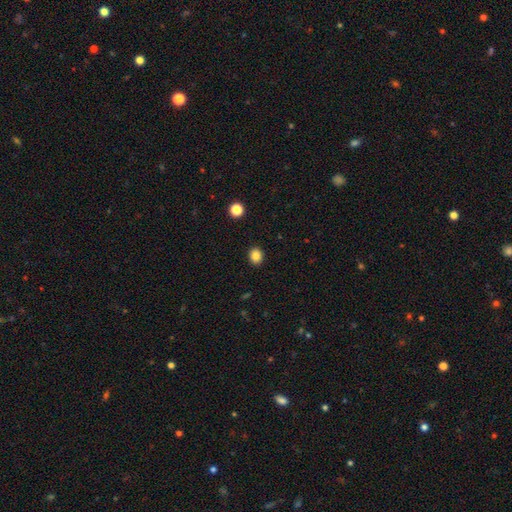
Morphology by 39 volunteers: smooth-or-featured: smooth: 90% | star or artifact: 8% | featured or disk: 3%
  how-rounded: round: 80% | in between: 20% | cigar-shaped: 0%
  merging: none: 97% | major disturbance: 3% | minor disturbance: 0% | merger: 0%